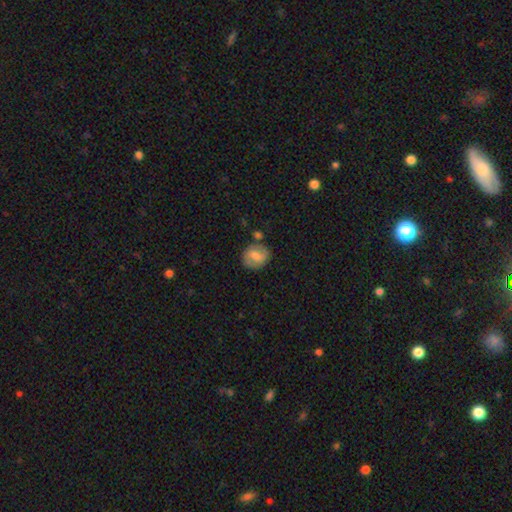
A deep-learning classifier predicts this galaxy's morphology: Smooth or featured: smooth — 55% (featured or disk — 37%)
How rounded: round — 67% (in between — 32%)
Merging: none — 71% (minor disturbance — 17%)